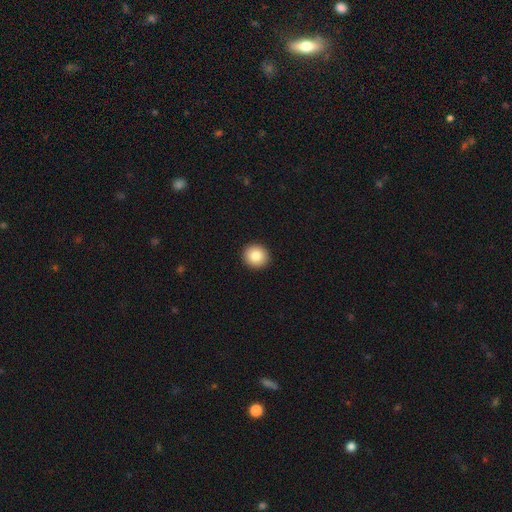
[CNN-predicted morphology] This appears to be a smooth galaxy with no disk features (85%) that is round (89%). Merging: none (93%).